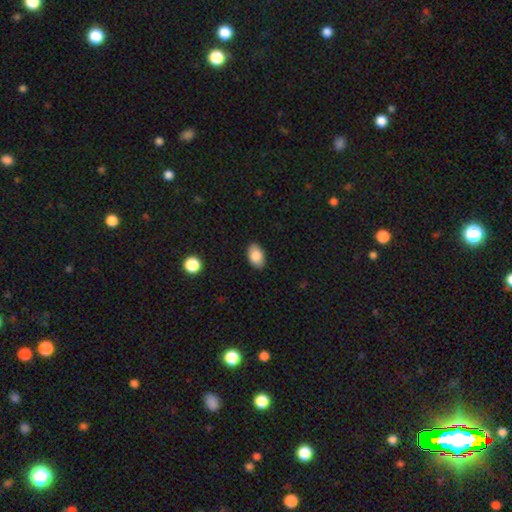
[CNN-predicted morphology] A smooth galaxy with no disk features (86%) that is in between round and cigar-shaped (91%).

Vote fractions:
- Smooth or featured? smooth: 86% / star or artifact: 8% / featured or disk: 7%
- How rounded? in between: 91% / round: 8% / cigar-shaped: 1%
- Merging? none: 87% / minor disturbance: 10% / major disturbance: 2% / merger: 1%